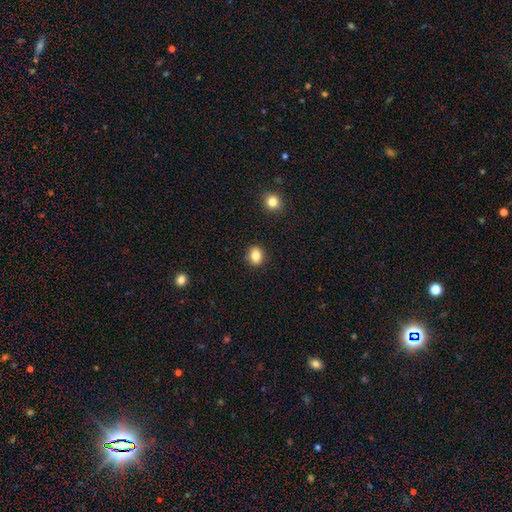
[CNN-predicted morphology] Q: Smooth or featured?
A: smooth (83%); runner-up: star or artifact (10%)
Q: How rounded?
A: round (60%); runner-up: in between (39%)
Q: Merging?
A: none (89%); runner-up: minor disturbance (7%)